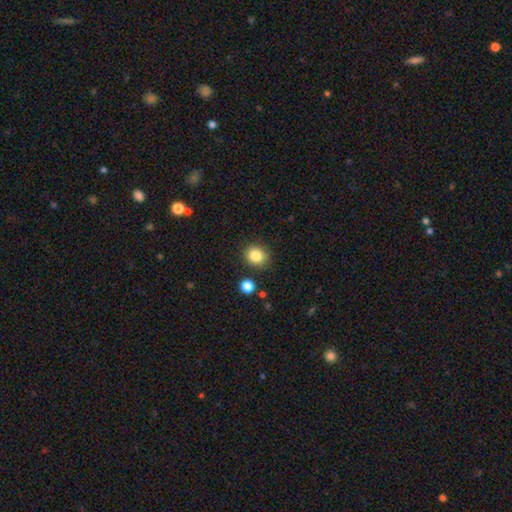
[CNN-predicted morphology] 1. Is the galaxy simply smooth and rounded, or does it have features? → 85% smooth, 10% star or artifact, 5% featured or disk.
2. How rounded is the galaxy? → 72% round, 27% in between, 1% cigar-shaped.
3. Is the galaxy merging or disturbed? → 86% none, 8% minor disturbance, 3% merger, 2% major disturbance.